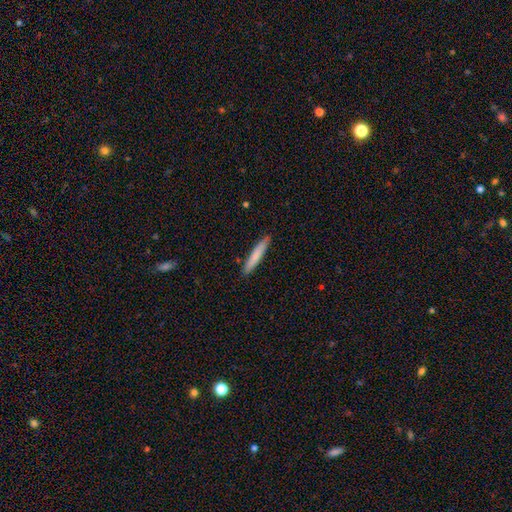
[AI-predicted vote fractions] A smooth galaxy with no disk features (76%) that is cigar-shaped (95%).

Vote fractions:
- Smooth or featured? smooth: 76% / featured or disk: 18% / star or artifact: 5%
- How rounded? cigar-shaped: 95% / in between: 4% / round: 1%
- Merging? none: 91% / minor disturbance: 7% / major disturbance: 1% / merger: 1%